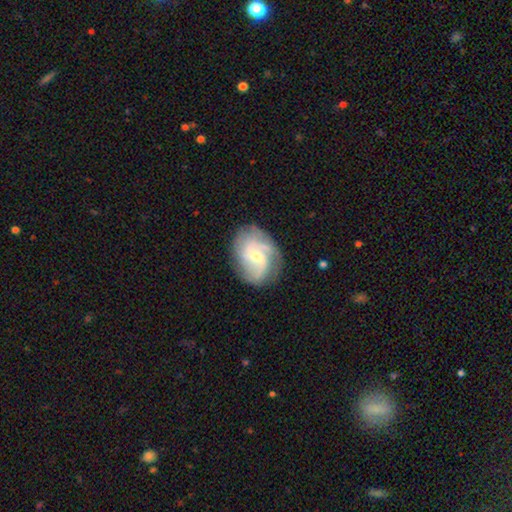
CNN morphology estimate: Q: Smooth or featured?
A: featured or disk (82%); runner-up: smooth (13%)
Q: Edge-on disk?
A: no (98%); runner-up: yes (2%)
Q: Bar?
A: no (47%); runner-up: weak (45%)
Q: Spiral arms?
A: yes (96%); runner-up: no (4%)
Q: Spiral winding?
A: medium (47%); runner-up: tight (32%)
Q: Spiral arm count?
A: 2 (35%); runner-up: 3 (30%)
Q: Bulge size?
A: small (58%); runner-up: moderate (38%)
Q: Merging?
A: none (74%); runner-up: minor disturbance (18%)